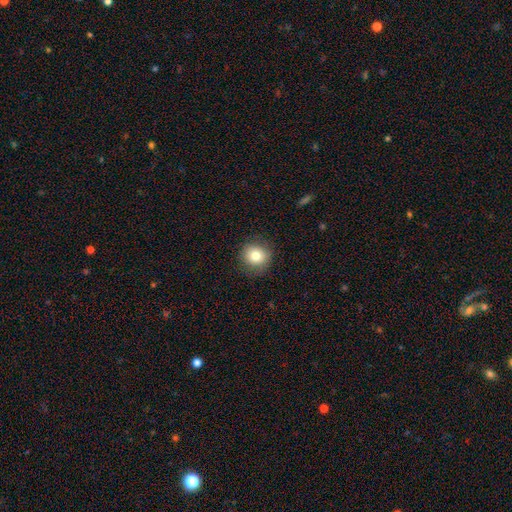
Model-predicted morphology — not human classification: type=smooth (79%); roundness=round (89%); merging=none (86%).